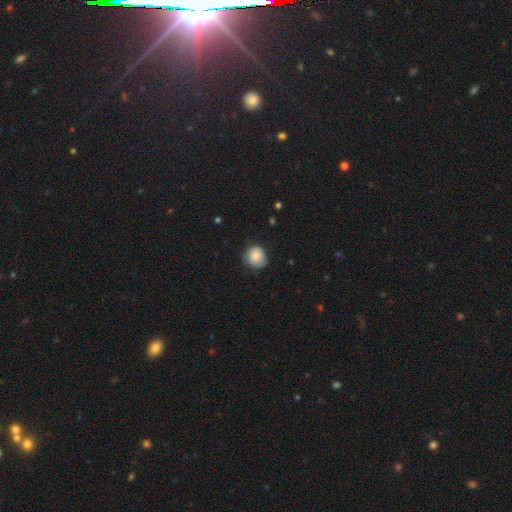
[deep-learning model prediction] Smooth or featured? Predicted: smooth (p=0.82). How rounded? Predicted: round (p=0.84). Merging? Predicted: none (p=0.69).